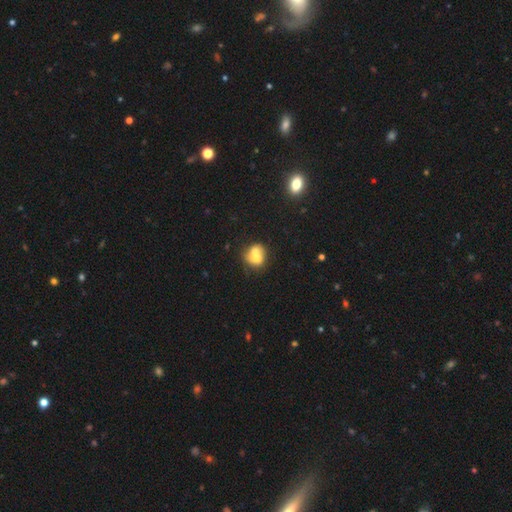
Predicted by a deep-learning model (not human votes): Smooth or featured: smooth — 65% (featured or disk — 25%)
How rounded: round — 67% (in between — 32%)
Merging: merger — 63% (none — 25%)